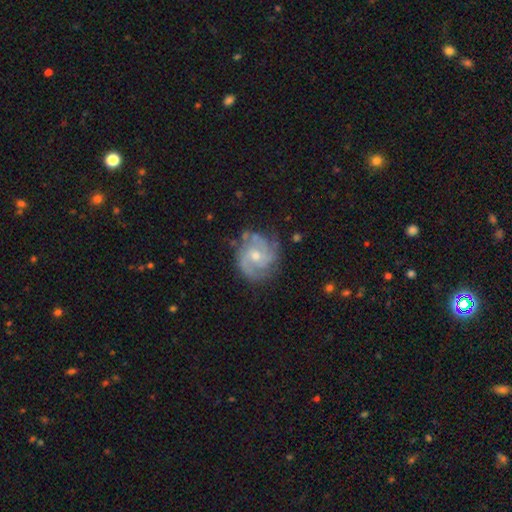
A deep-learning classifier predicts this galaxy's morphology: featured or disk 86%, smooth 8%, star or artifact 6%. Down the decision tree: edge-on disk — no (98%); bar — no (61%); spiral arms — yes (97%); spiral arm count — 3 (37%); spiral winding — tight (47%); bulge size — small (49%); merging — none (75%).